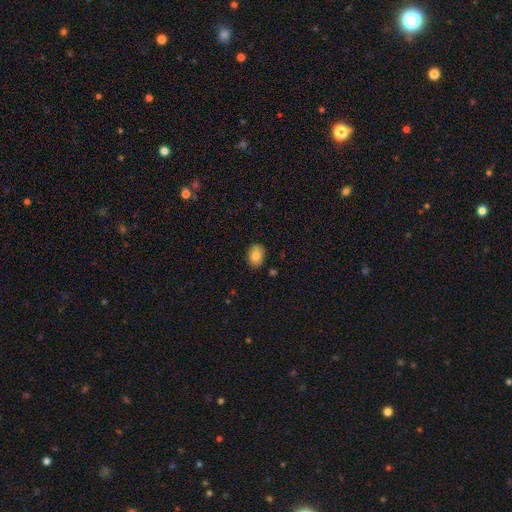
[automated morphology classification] Overall: smooth (83%). How rounded: in between (73%). Merging: none (84%).